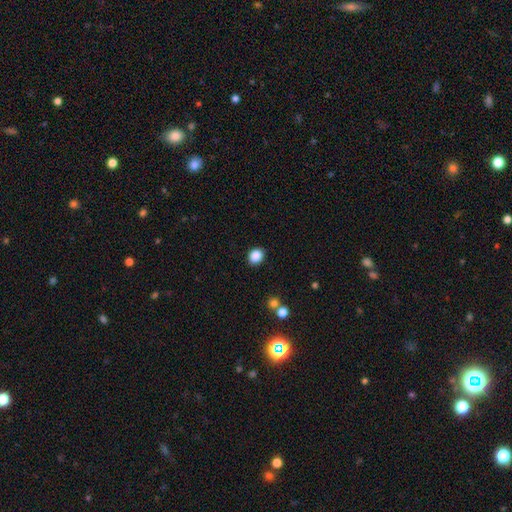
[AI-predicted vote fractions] Morphology: type=smooth (87%); roundness=round (58%); merging=none (89%).